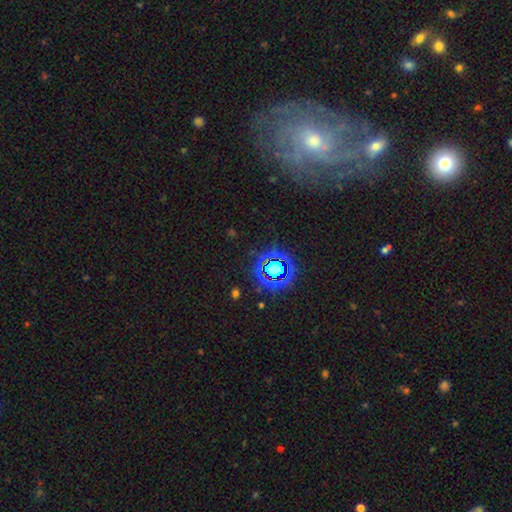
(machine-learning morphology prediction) A featured or disk galaxy (58%) with no bar (57%), spiral arms (85%) and a small central bulge (62%).

Vote fractions:
- Smooth or featured? featured or disk: 58% / star or artifact: 25% / smooth: 17%
- Edge-on disk? no: 93% / yes: 7%
- Bar? no: 57% / weak: 32% / strong: 11%
- Spiral arms? yes: 85% / no: 15%
- Bulge size? small: 62% / moderate: 32% / large: 3% / none: 2% / dominant: 2%
- Merging? none: 75% / minor disturbance: 13% / major disturbance: 7% / merger: 5%